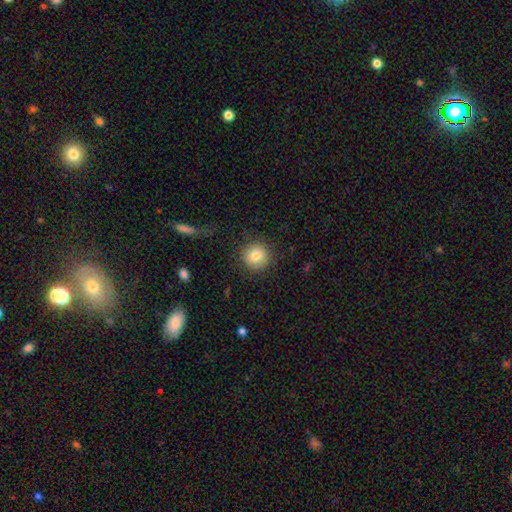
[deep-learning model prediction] smooth 82%, star or artifact 9%, featured or disk 8%. Down the decision tree: how rounded — round (92%); merging — none (87%).